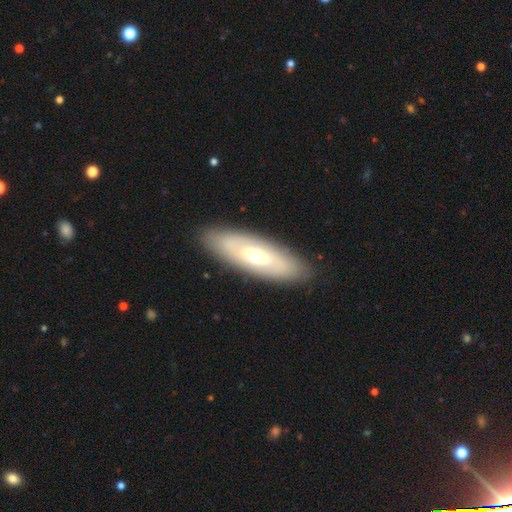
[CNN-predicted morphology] Smooth or featured: featured or disk — 51% (smooth — 43%)
Edge-on disk: no — 70% (yes — 30%)
Merging: none — 88% (minor disturbance — 9%)